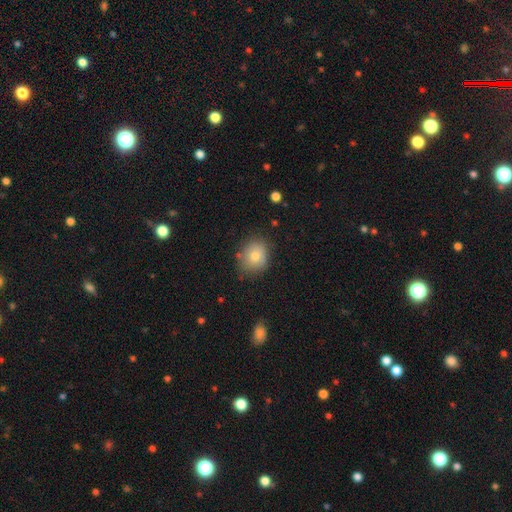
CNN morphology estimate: Smooth or featured?
  - smooth: 76% *
  - featured or disk: 14%
  - star or artifact: 10%
How rounded?
  - round: 67% *
  - in between: 32%
  - cigar-shaped: 1%
Merging?
  - none: 77% *
  - minor disturbance: 18%
  - major disturbance: 4%
  - merger: 2%